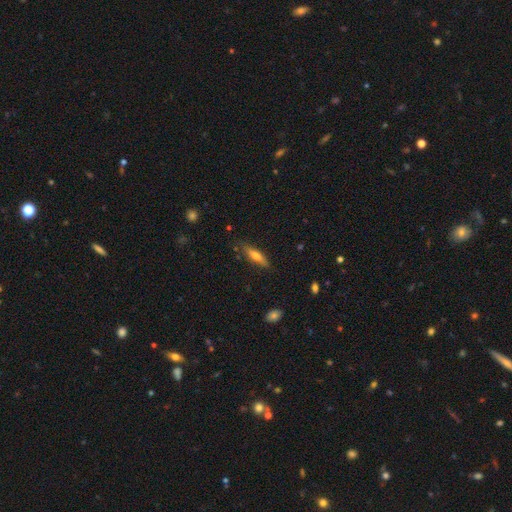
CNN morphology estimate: Smooth or featured?
  - smooth: 57% *
  - featured or disk: 36%
  - star or artifact: 7%
How rounded?
  - cigar-shaped: 70% *
  - in between: 28%
  - round: 2%
Merging?
  - none: 81% *
  - minor disturbance: 14%
  - major disturbance: 3%
  - merger: 2%